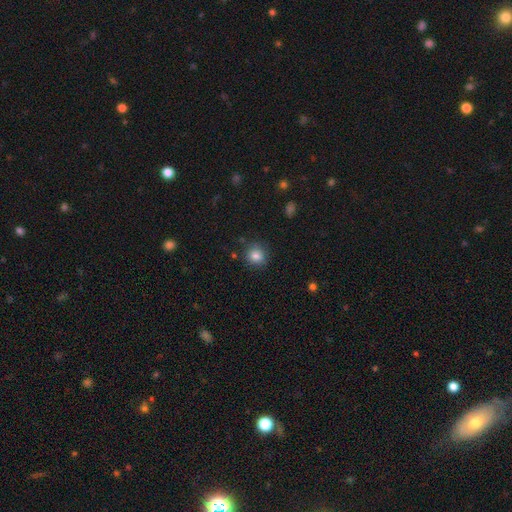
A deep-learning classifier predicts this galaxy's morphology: Q: Smooth or featured?
A: smooth (83%); runner-up: star or artifact (11%)
Q: How rounded?
A: round (84%); runner-up: in between (15%)
Q: Merging?
A: none (84%); runner-up: minor disturbance (11%)